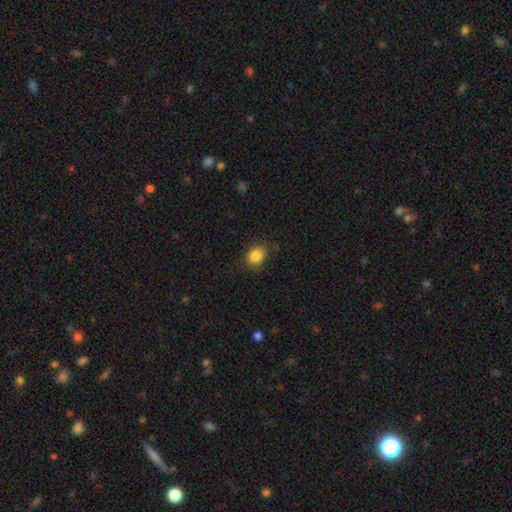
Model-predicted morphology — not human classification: Overall: smooth (84%). How rounded: round (52%; in between 47%). Merging: none (81%).